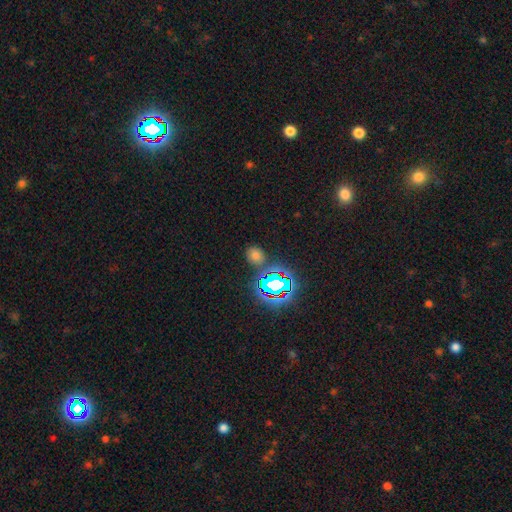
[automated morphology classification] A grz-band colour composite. It shows a smooth galaxy with no disk features (57%) that is round (65%). Merging: none (80%).